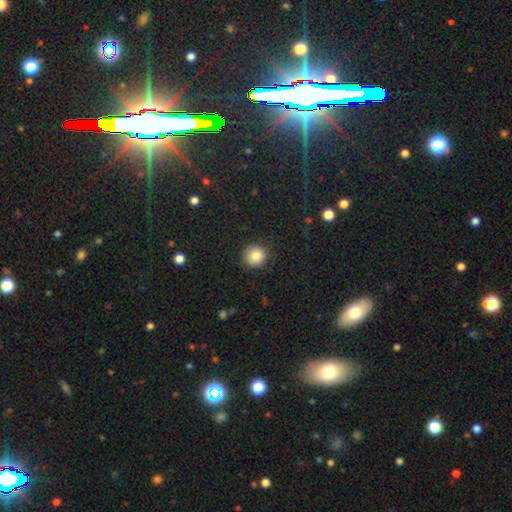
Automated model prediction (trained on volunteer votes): The model was most divided on "smooth or featured": smooth: 84%, star or artifact: 10%, featured or disk: 6%. More confident: how rounded — round (92%); merging — none (89%).